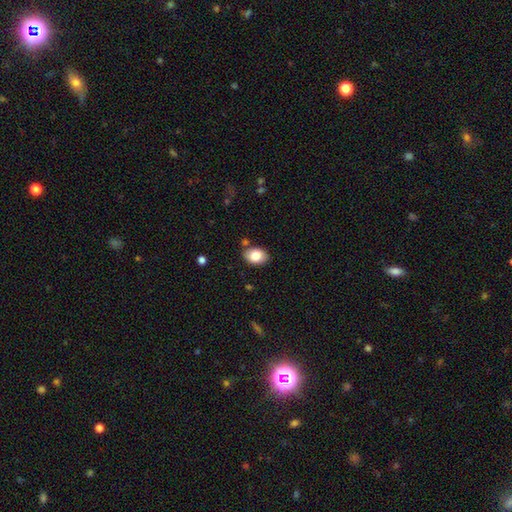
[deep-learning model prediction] Smooth or featured? Predicted: smooth (p=0.83). How rounded? Predicted: in between (p=0.79). Merging? Predicted: none (p=0.81).